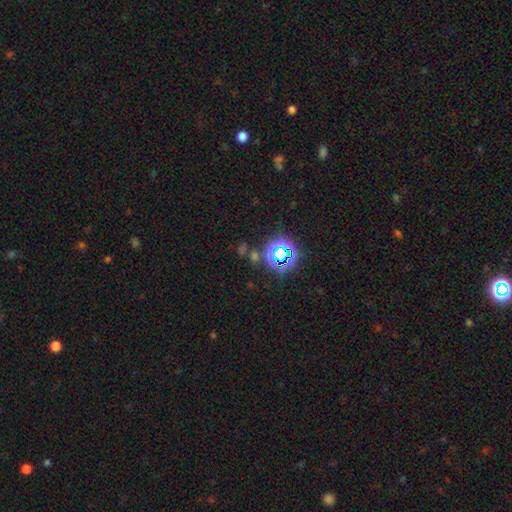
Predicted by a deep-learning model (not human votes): smooth-or-featured: star or artifact: 69% | smooth: 23% | featured or disk: 9%